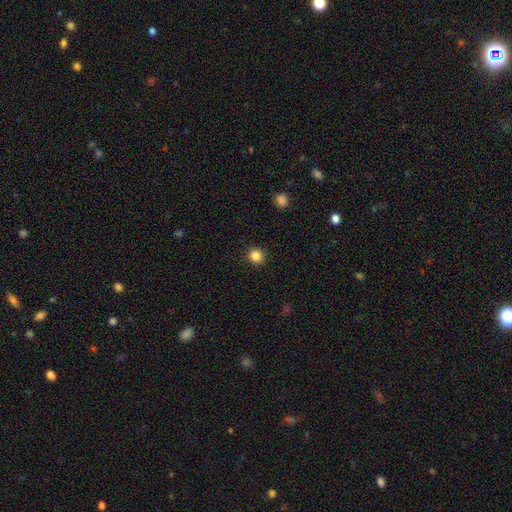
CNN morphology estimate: Smooth or featured?
  - smooth: 85% *
  - star or artifact: 11%
  - featured or disk: 3%
How rounded?
  - round: 91% *
  - in between: 8%
  - cigar-shaped: 1%
Merging?
  - none: 91% *
  - minor disturbance: 6%
  - major disturbance: 2%
  - merger: 1%